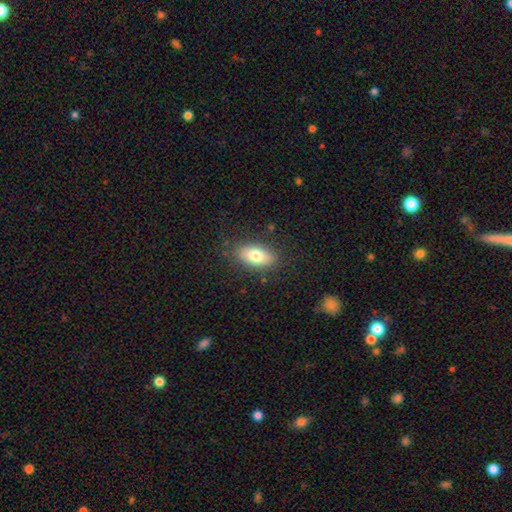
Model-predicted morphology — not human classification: type=smooth (75%); roundness=in between (88%); merging=none (85%).